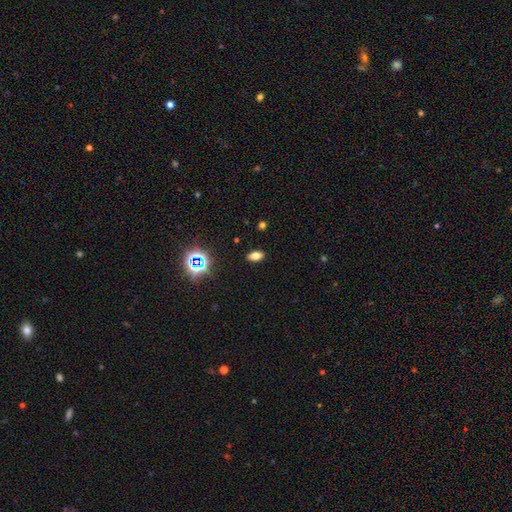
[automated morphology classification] Smooth or featured? Predicted: smooth (p=0.69). How rounded? Predicted: in between (p=0.86). Merging? Predicted: none (p=0.89).